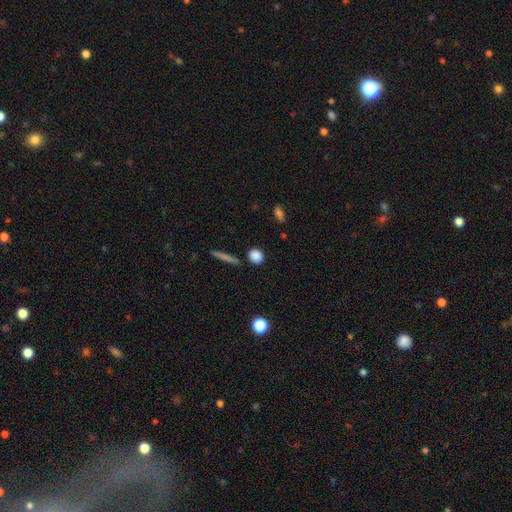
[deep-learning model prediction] Smooth or featured? smooth (85%)
How rounded? round (81%)
Merging? none (85%)